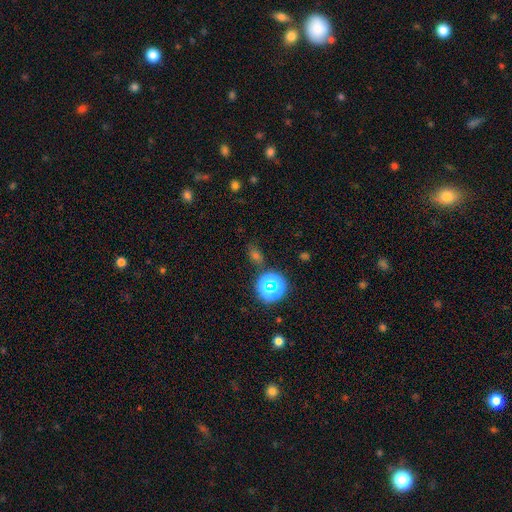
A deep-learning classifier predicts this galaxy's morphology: Q: Smooth or featured?
A: star or artifact (46%); runner-up: smooth (45%)